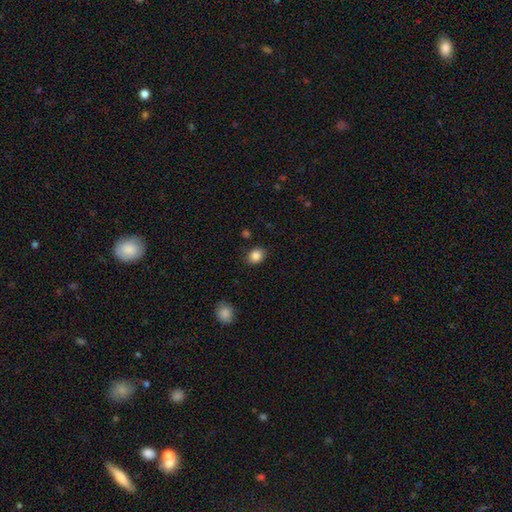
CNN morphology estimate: smooth_or_featured: smooth (p=0.86) [alt: star or artifact p=0.10]
how_rounded: round (p=0.54) [alt: in between p=0.45]
merging: none (p=0.84) [alt: minor disturbance p=0.11]